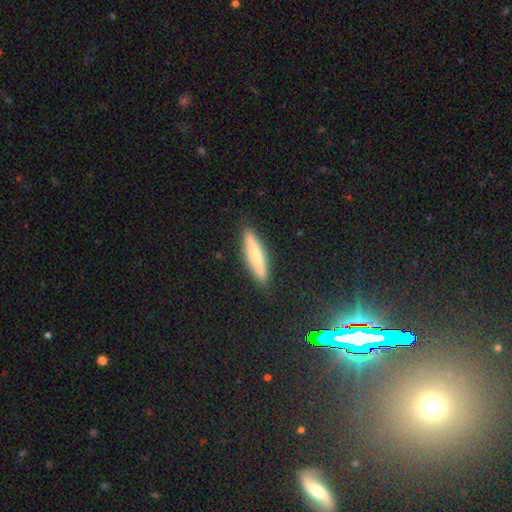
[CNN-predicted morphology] Overall: smooth (60%; featured or disk 32%). How rounded: cigar-shaped (75%). Merging: none (87%).